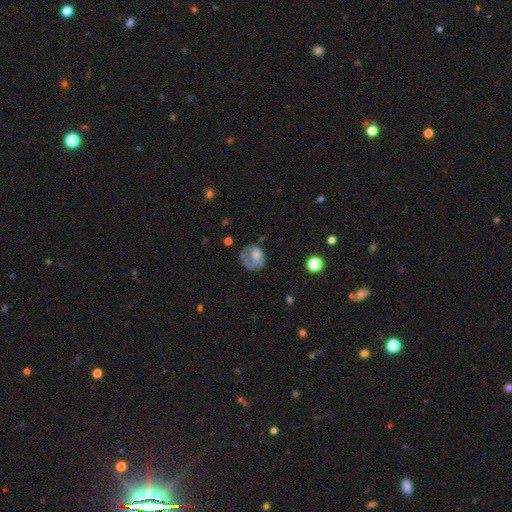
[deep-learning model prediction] Smooth or featured?
  - smooth: 58% *
  - featured or disk: 33%
  - star or artifact: 9%
How rounded?
  - round: 61% *
  - in between: 38%
  - cigar-shaped: 1%
Merging?
  - none: 38% *
  - major disturbance: 33%
  - minor disturbance: 26%
  - merger: 3%